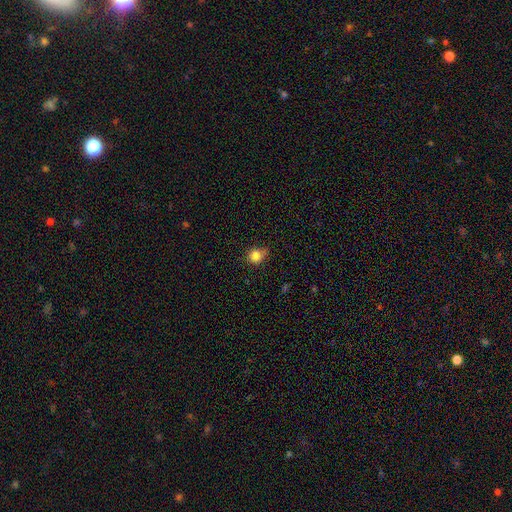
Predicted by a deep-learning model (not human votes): smooth-or-featured: smooth: 83% | star or artifact: 11% | featured or disk: 6%
  how-rounded: round: 77% | in between: 22% | cigar-shaped: 1%
  merging: none: 63% | minor disturbance: 29% | major disturbance: 5% | merger: 2%